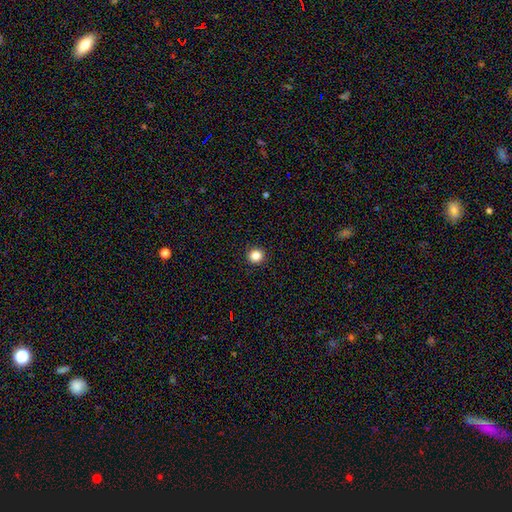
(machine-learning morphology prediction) smooth 84%, star or artifact 12%, featured or disk 4%. Down the decision tree: how rounded — round (94%); merging — none (93%).